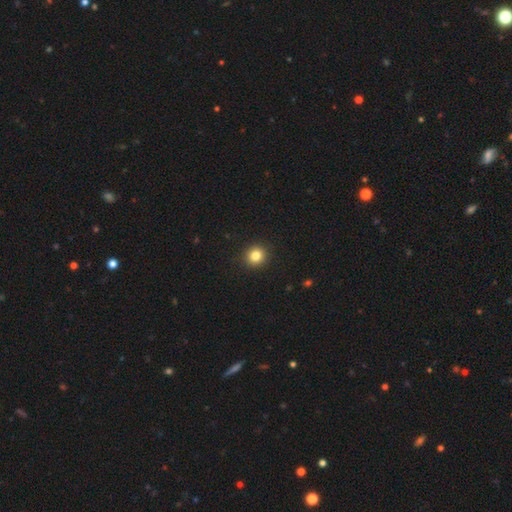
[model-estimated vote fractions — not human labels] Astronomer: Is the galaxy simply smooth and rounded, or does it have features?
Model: smooth — 82%.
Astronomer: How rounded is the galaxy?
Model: round — 91%.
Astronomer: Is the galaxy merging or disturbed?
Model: none — 93%.